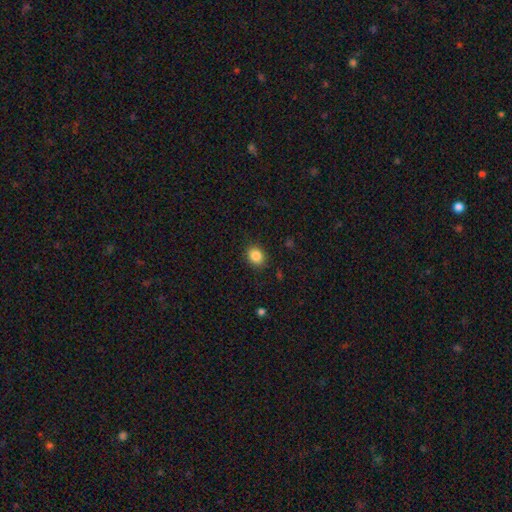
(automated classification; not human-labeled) A smooth galaxy with no disk features (86%) that is round (59%). Merging: none (86%).